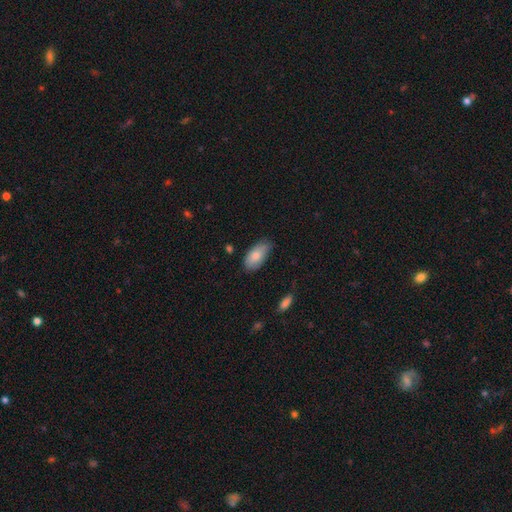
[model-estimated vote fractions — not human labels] A smooth galaxy with no disk features (79%) that is in between round and cigar-shaped (94%).

Vote fractions:
- Smooth or featured? smooth: 79% / featured or disk: 14% / star or artifact: 7%
- How rounded? in between: 94% / cigar-shaped: 3% / round: 3%
- Merging? none: 69% / minor disturbance: 26% / major disturbance: 4% / merger: 2%